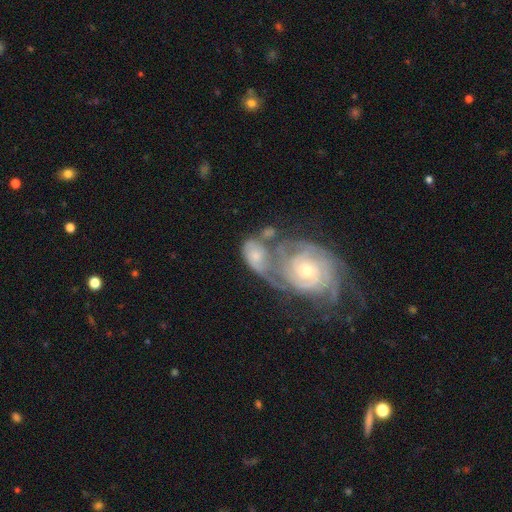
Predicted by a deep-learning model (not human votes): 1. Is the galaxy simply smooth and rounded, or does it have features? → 69% featured or disk, 25% smooth, 6% star or artifact.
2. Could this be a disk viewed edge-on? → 97% no, 3% yes.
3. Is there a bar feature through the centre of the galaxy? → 75% no, 19% weak, 5% strong.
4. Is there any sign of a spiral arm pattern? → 86% yes, 14% no.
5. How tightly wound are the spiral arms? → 65% tight, 27% medium, 8% loose.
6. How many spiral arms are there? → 36% can't tell, 32% 2, 16% 3, 7% 1, 5% 4, 4% more than 4.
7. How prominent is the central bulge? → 48% small, 43% moderate, 4% large, 4% none, 1% dominant.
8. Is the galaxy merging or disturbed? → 67% merger, 14% none, 10% major disturbance, 9% minor disturbance.